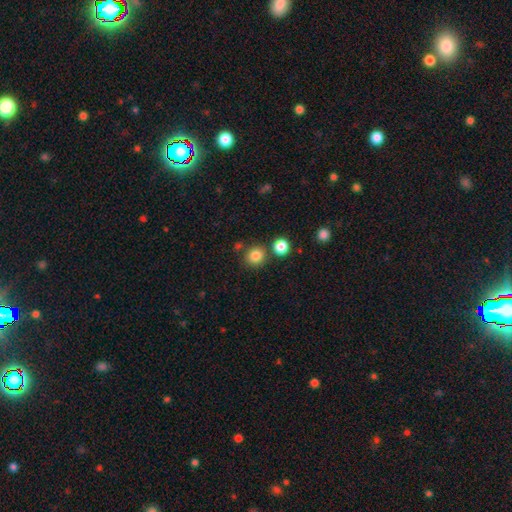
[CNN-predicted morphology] Smooth or featured?
  - smooth: 83% *
  - star or artifact: 12%
  - featured or disk: 5%
How rounded?
  - round: 87% *
  - in between: 12%
  - cigar-shaped: 1%
Merging?
  - none: 78% *
  - merger: 11%
  - minor disturbance: 9%
  - major disturbance: 3%